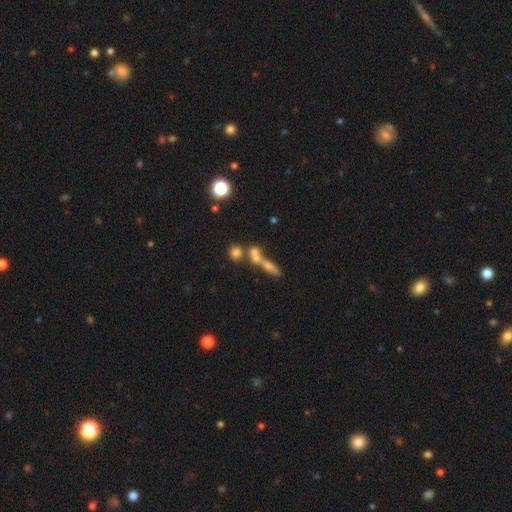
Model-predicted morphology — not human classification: smooth 51%, featured or disk 29%, star or artifact 19%. Down the decision tree: how rounded — cigar-shaped (35%); merging — merger (47%).